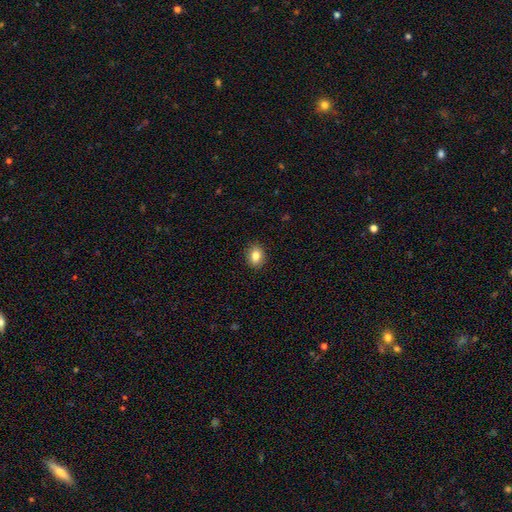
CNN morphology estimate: This appears to be a smooth galaxy with no disk features (82%) that is round (50%). Merging: none (90%).